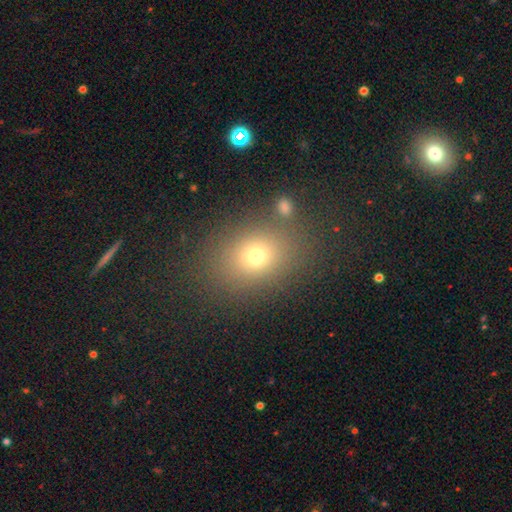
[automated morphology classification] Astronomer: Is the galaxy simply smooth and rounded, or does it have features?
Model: smooth — 70%.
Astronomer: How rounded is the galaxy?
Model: in between — 55% (runner-up: round, 44%).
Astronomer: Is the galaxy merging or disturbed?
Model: none — 80%.